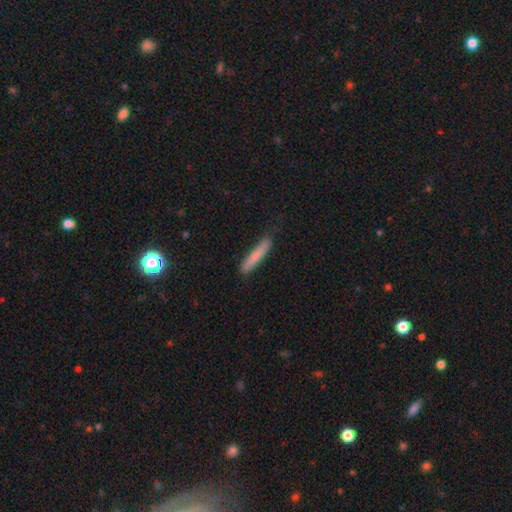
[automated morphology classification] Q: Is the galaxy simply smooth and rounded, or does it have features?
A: smooth — 77%.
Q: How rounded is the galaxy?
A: cigar-shaped — 92%.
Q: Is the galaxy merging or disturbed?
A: none — 80%.